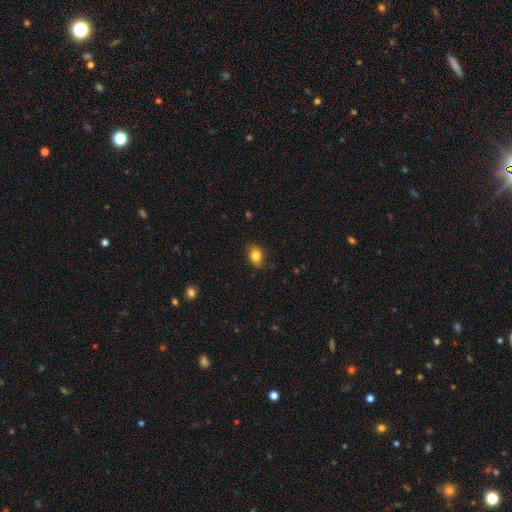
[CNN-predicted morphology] This is clearly a smooth galaxy (82%). How rounded: likely in between (74%). Merging: likely none (78%).